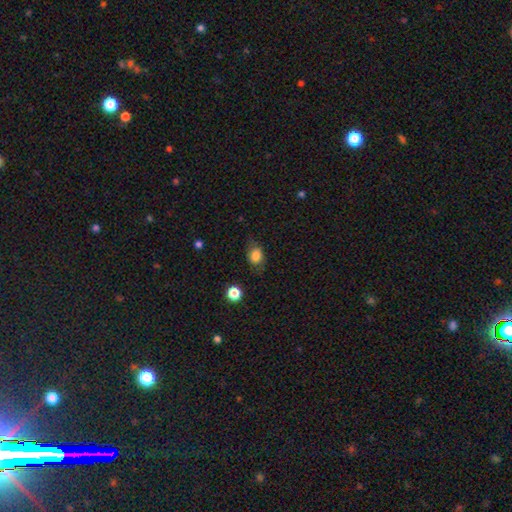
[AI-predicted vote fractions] smooth-or-featured: smooth: 81% | featured or disk: 10% | star or artifact: 9%
  how-rounded: in between: 63% | round: 35% | cigar-shaped: 2%
  merging: none: 71% | minor disturbance: 21% | major disturbance: 7% | merger: 2%